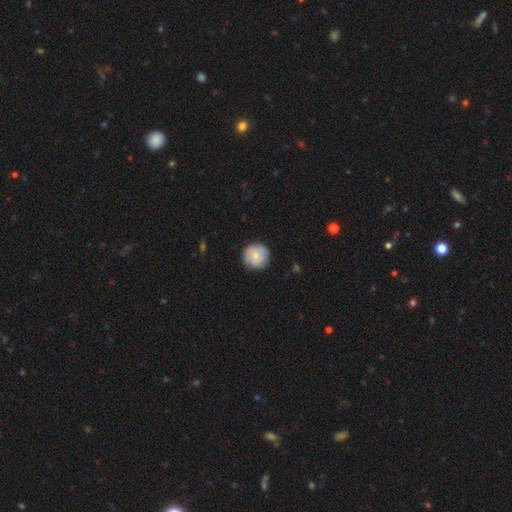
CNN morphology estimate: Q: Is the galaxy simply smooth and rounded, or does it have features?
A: smooth — 66%.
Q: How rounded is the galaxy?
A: round — 94%.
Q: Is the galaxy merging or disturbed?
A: none — 84%.